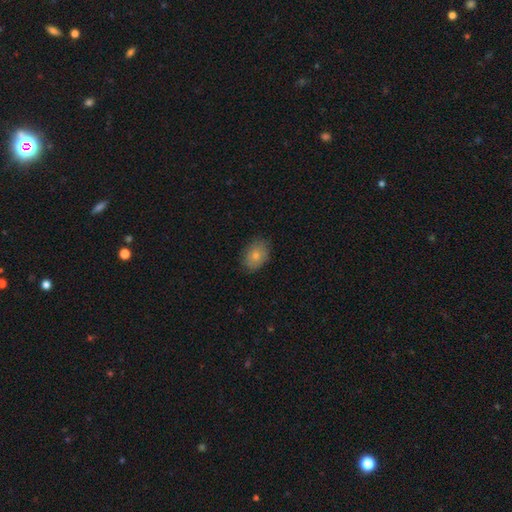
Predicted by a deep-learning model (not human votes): Q: Smooth or featured?
A: smooth (79%); runner-up: featured or disk (13%)
Q: How rounded?
A: in between (75%); runner-up: round (23%)
Q: Merging?
A: none (80%); runner-up: minor disturbance (16%)